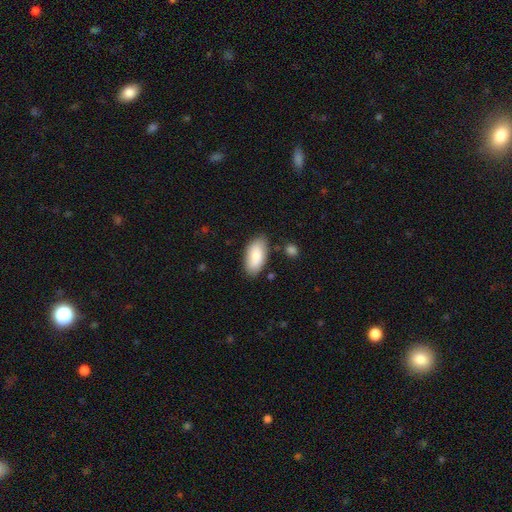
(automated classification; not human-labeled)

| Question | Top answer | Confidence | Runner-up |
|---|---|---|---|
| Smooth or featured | smooth | 82% | featured or disk (12%) |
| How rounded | in between | 94% | cigar-shaped (4%) |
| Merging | none | 80% | minor disturbance (14%) |